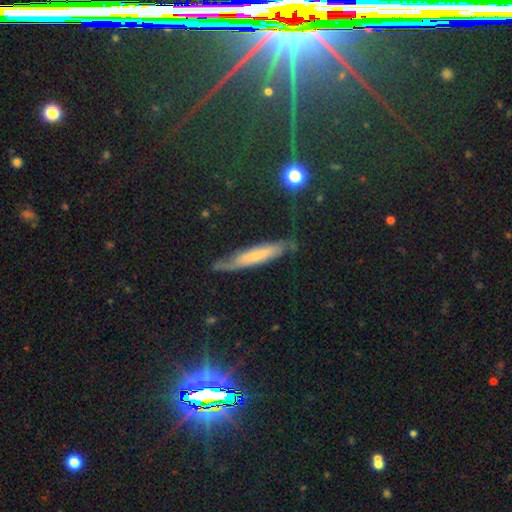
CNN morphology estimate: This is possibly a featured or disk galaxy (49%). Merging: likely none (65%).